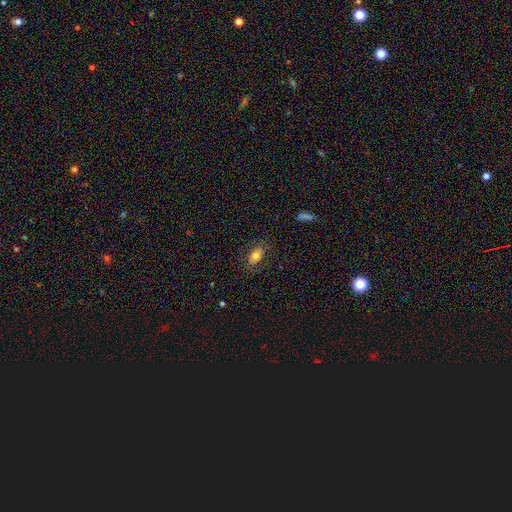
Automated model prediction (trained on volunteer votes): Overall: smooth (73%). How rounded: in between (87%). Merging: none (79%).